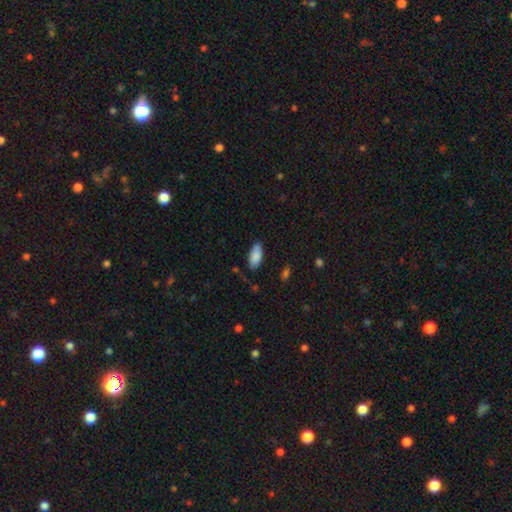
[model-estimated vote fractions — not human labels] smooth-or-featured: smooth: 87% | featured or disk: 7% | star or artifact: 6%
  how-rounded: in between: 87% | cigar-shaped: 11% | round: 2%
  merging: none: 76% | minor disturbance: 18% | major disturbance: 4% | merger: 2%